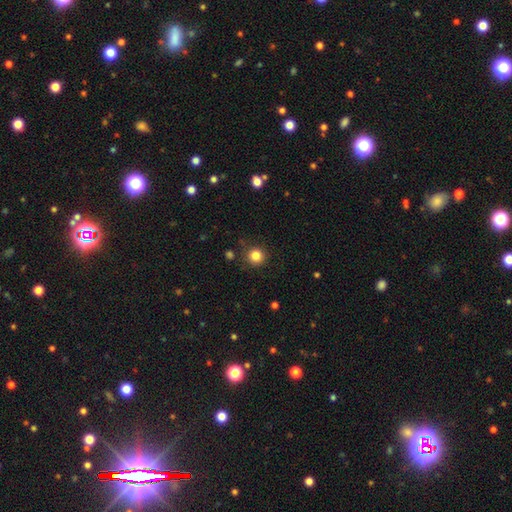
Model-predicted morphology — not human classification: smooth-or-featured: smooth: 84% | star or artifact: 12% | featured or disk: 5%
  how-rounded: round: 94% | in between: 5% | cigar-shaped: 1%
  merging: none: 88% | minor disturbance: 8% | major disturbance: 3% | merger: 2%